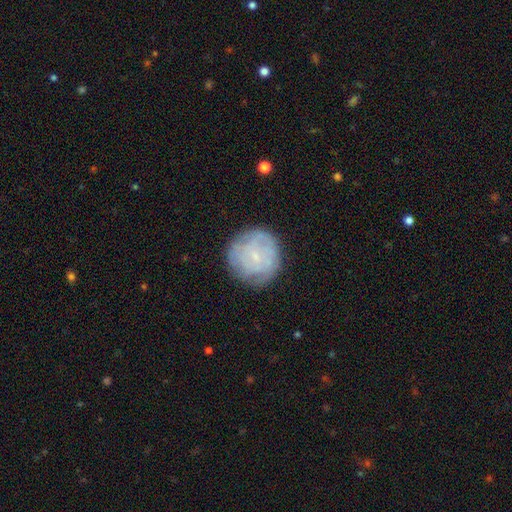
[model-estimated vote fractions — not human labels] Morphology: type=featured or disk (46%, tied with smooth); merging=none (77%).